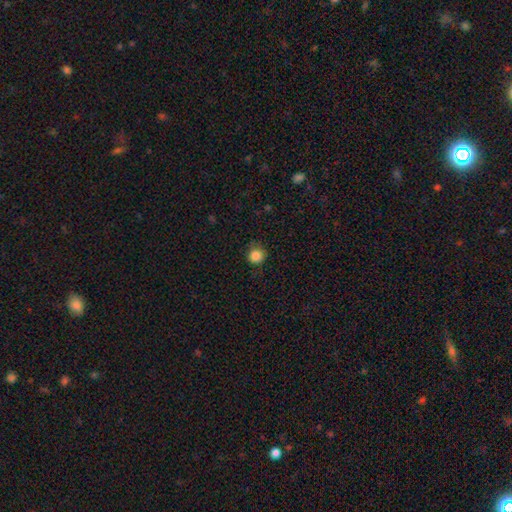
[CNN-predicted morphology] Smooth or featured? Predicted: smooth (p=0.85). How rounded? Predicted: round (p=0.91). Merging? Predicted: none (p=0.78).